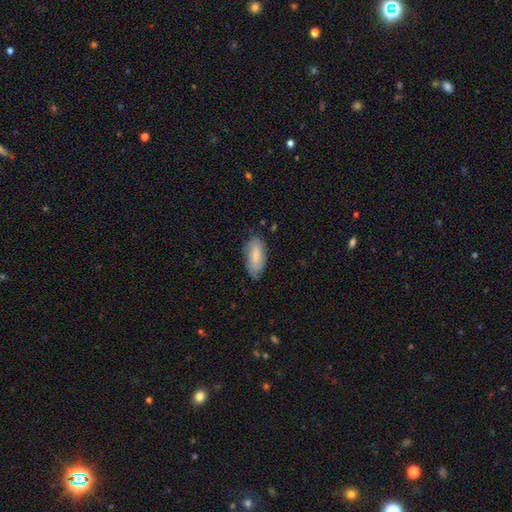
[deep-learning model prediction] Q: Smooth or featured?
A: smooth (70%); runner-up: featured or disk (24%)
Q: How rounded?
A: in between (88%); runner-up: cigar-shaped (9%)
Q: Merging?
A: none (69%); runner-up: minor disturbance (24%)